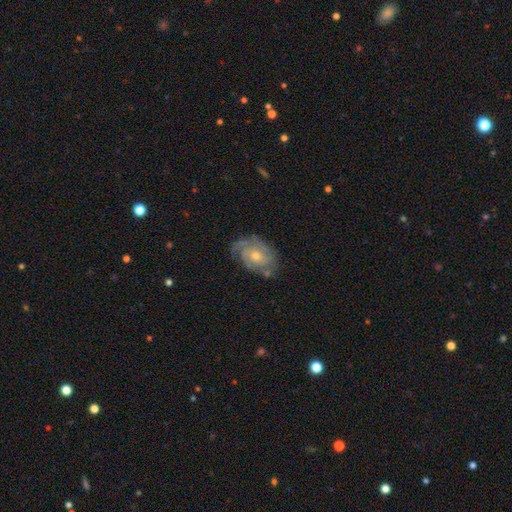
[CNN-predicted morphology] Q: Smooth or featured?
A: featured or disk (85%); runner-up: smooth (9%)
Q: Edge-on disk?
A: no (97%); runner-up: yes (3%)
Q: Bar?
A: no (70%); runner-up: weak (25%)
Q: Spiral arms?
A: yes (96%); runner-up: no (4%)
Q: Spiral winding?
A: tight (64%); runner-up: medium (30%)
Q: Spiral arm count?
A: 3 (31%); runner-up: 2 (28%)
Q: Bulge size?
A: moderate (53%); runner-up: small (42%)
Q: Merging?
A: none (74%); runner-up: minor disturbance (18%)